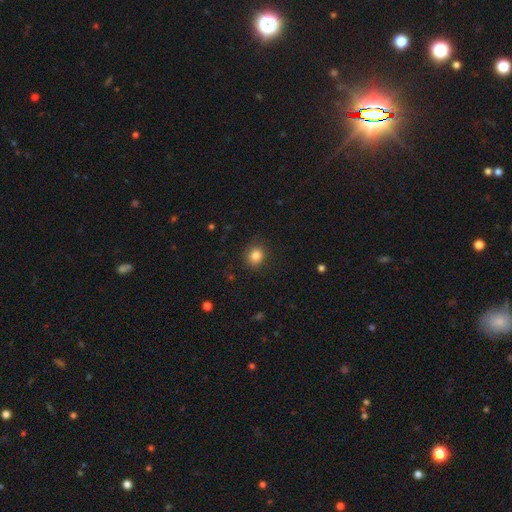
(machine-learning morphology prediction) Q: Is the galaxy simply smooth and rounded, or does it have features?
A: smooth — 83%.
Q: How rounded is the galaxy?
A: round — 78%.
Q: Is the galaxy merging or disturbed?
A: none — 87%.